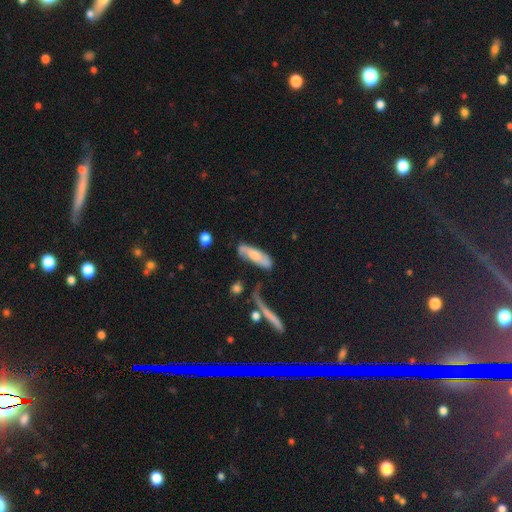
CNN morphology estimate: Overall: smooth (48%; featured or disk 45%). Merging: none (57%; minor disturbance 23%).